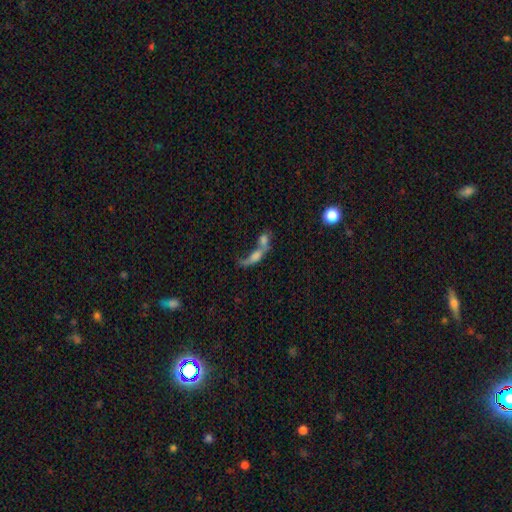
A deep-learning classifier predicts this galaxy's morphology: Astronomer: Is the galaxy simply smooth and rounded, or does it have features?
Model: smooth — 50% (runner-up: featured or disk, 37%).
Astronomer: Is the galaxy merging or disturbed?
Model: merger — 70%.